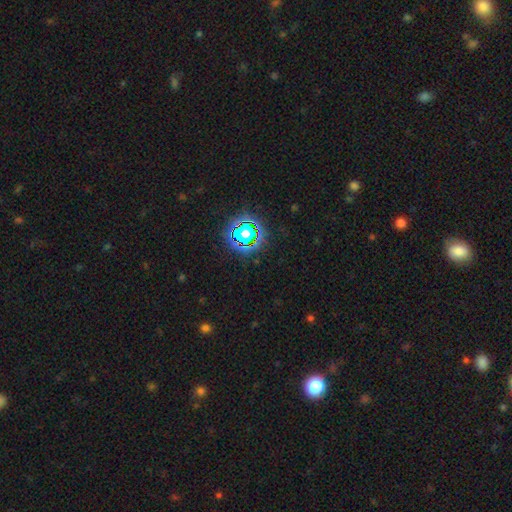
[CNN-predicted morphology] Smooth or featured? star or artifact (74%)